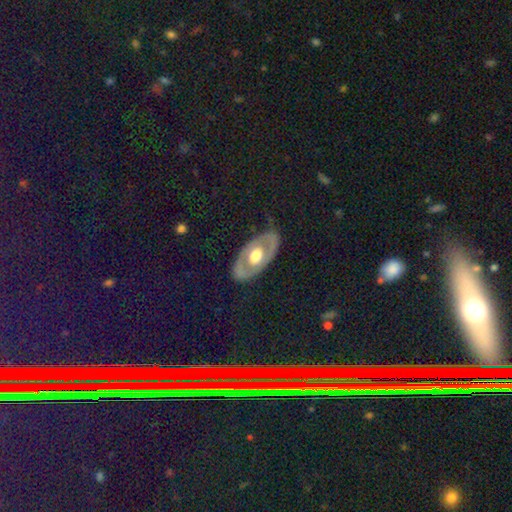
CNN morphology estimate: Smooth or featured?
  - featured or disk: 61% *
  - smooth: 34%
  - star or artifact: 5%
Edge-on disk?
  - no: 87% *
  - yes: 13%
Bar?
  - no: 86% *
  - weak: 10%
  - strong: 3%
Spiral arms?
  - no: 79% *
  - yes: 21%
Bulge size?
  - moderate: 56% *
  - large: 38%
  - small: 3%
  - dominant: 2%
  - none: 1%
Merging?
  - none: 78% *
  - minor disturbance: 15%
  - major disturbance: 6%
  - merger: 1%